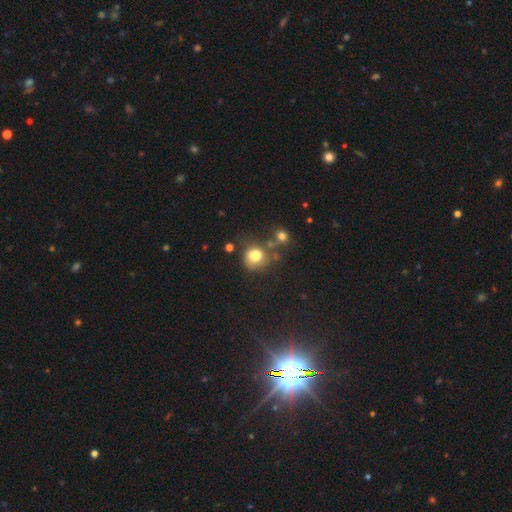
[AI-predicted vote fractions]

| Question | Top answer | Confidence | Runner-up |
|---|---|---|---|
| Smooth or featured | smooth | 77% | star or artifact (13%) |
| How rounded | round | 82% | in between (18%) |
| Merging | none | 56% | minor disturbance (19%) |